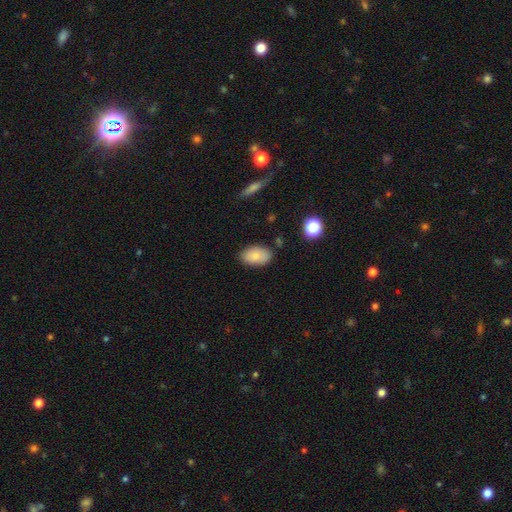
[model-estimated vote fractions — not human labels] smooth_or_featured: smooth (p=0.80) [alt: featured or disk p=0.12]
how_rounded: in between (p=0.91) [alt: round p=0.08]
merging: none (p=0.81) [alt: minor disturbance p=0.14]